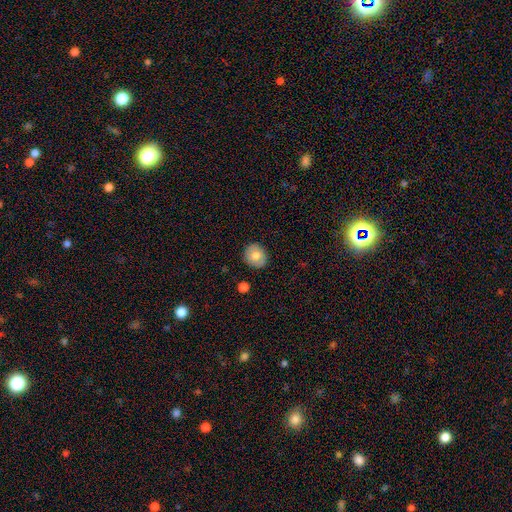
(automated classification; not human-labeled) This appears to be a smooth galaxy with no disk features (72%) that is round (76%). Merging: none (88%).